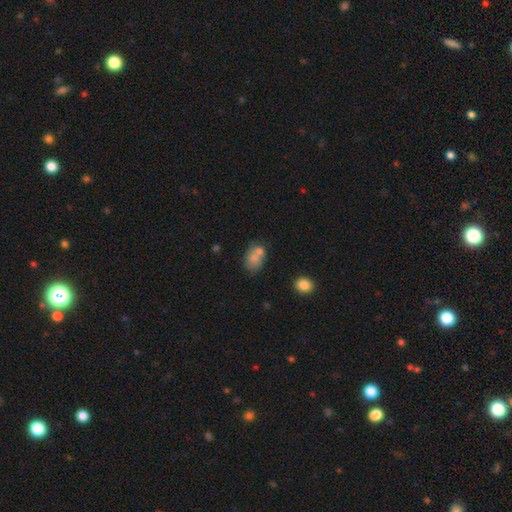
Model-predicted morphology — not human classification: Smooth or featured? Predicted: smooth (p=0.75). How rounded? Predicted: in between (p=0.70). Merging? Predicted: none (p=0.43).